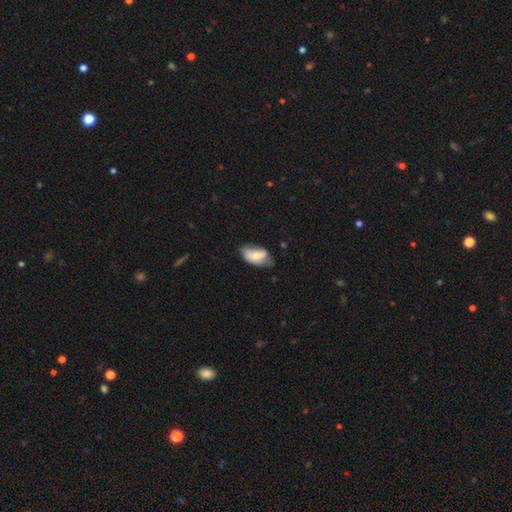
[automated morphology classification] Smooth or featured: smooth — 65% (featured or disk — 28%)
How rounded: in between — 93% (round — 4%)
Merging: none — 52% (minor disturbance — 36%)